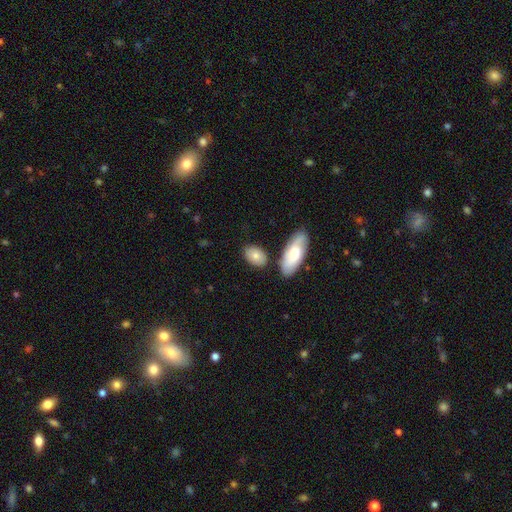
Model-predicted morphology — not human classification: Smooth or featured? Predicted: smooth (p=0.77). How rounded? Predicted: in between (p=0.87). Merging? Predicted: none (p=0.71).